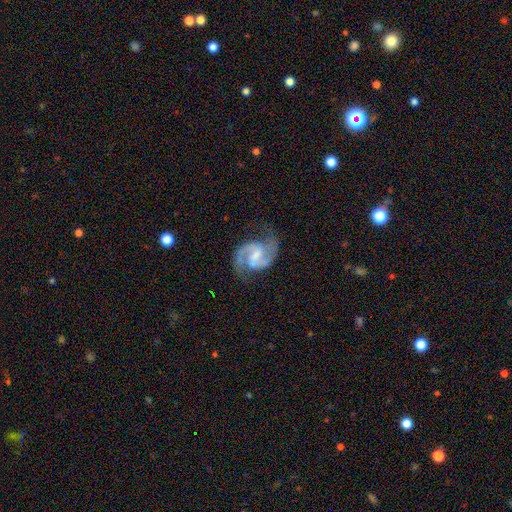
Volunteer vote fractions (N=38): Smooth or featured? featured or disk (87%)
Edge-on disk? no (94%)
Bar? weak (58%)
Spiral arms? yes (100%)
Spiral winding? medium (68%)
Spiral arm count? 2 (94%)
Bulge size? moderate (35%)
Merging? none (71%)